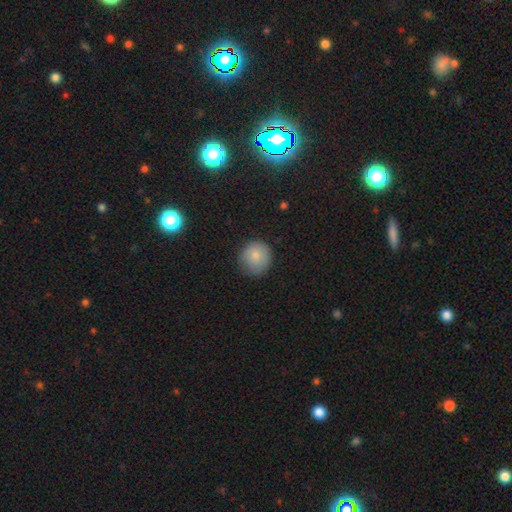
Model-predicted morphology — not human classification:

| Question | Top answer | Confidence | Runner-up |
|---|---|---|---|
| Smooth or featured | smooth | 84% | star or artifact (8%) |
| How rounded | round | 92% | in between (7%) |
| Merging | none | 80% | minor disturbance (15%) |